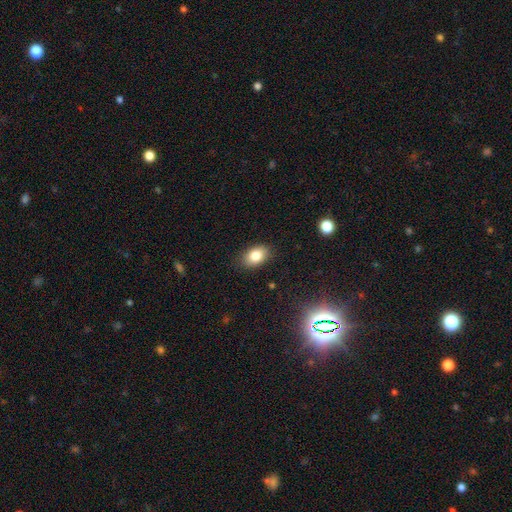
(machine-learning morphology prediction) A smooth galaxy with no disk features (83%) that is in between round and cigar-shaped (86%).

Vote fractions:
- Smooth or featured? smooth: 83% / star or artifact: 9% / featured or disk: 8%
- How rounded? in between: 86% / round: 13% / cigar-shaped: 1%
- Merging? none: 86% / minor disturbance: 11% / major disturbance: 2% / merger: 1%